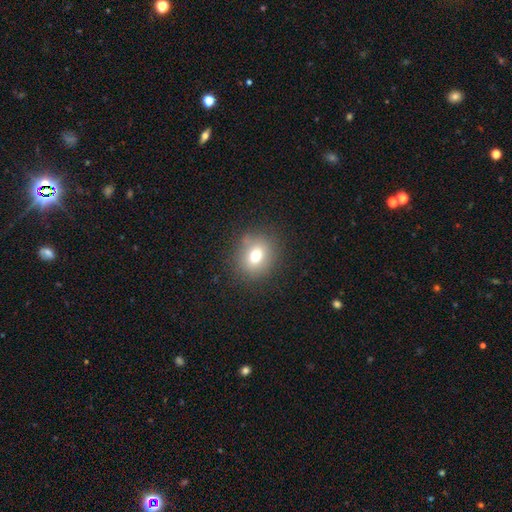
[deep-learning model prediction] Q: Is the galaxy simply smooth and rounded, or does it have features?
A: smooth — 72%.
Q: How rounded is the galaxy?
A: round — 70%.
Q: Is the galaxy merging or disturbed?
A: none — 83%.